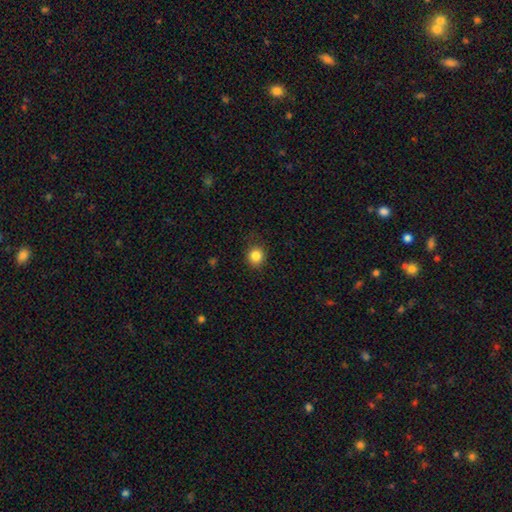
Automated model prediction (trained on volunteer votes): Overall: smooth (85%). How rounded: round (86%). Merging: none (87%).